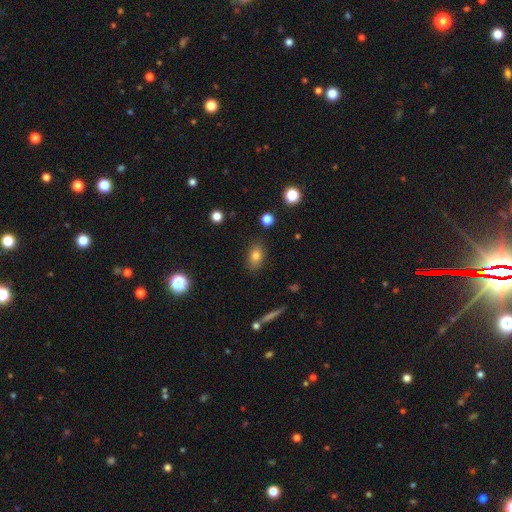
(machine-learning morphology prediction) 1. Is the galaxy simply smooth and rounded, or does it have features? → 79% smooth, 11% star or artifact, 9% featured or disk.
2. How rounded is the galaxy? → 78% in between, 19% round, 2% cigar-shaped.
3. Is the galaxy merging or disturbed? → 84% none, 11% minor disturbance, 3% major disturbance, 2% merger.